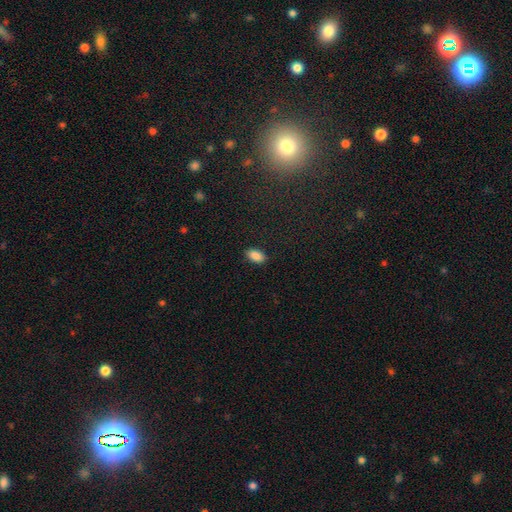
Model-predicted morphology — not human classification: This is clearly a smooth galaxy (88%). How rounded: clearly in between (92%). Merging: clearly none (88%).